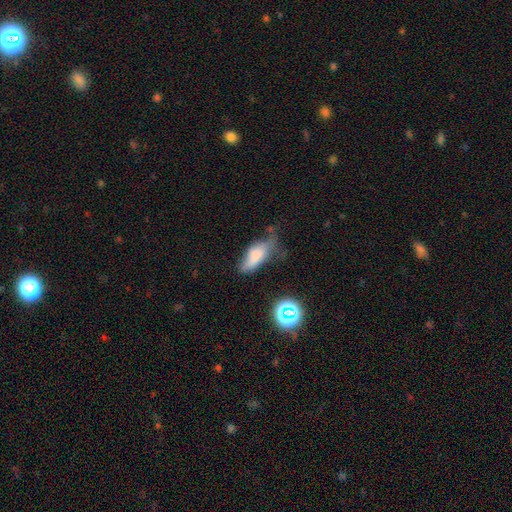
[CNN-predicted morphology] Smooth or featured?
  - smooth: 70% *
  - featured or disk: 19%
  - star or artifact: 11%
How rounded?
  - in between: 76% *
  - cigar-shaped: 20%
  - round: 4%
Merging?
  - minor disturbance: 38% *
  - none: 28%
  - major disturbance: 28%
  - merger: 6%